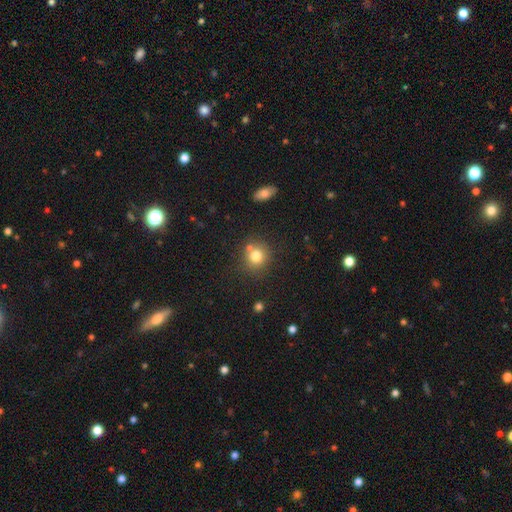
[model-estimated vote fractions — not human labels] smooth-or-featured: smooth: 79% | star or artifact: 12% | featured or disk: 10%
  how-rounded: round: 86% | in between: 13% | cigar-shaped: 1%
  merging: none: 69% | merger: 16% | minor disturbance: 11% | major disturbance: 4%